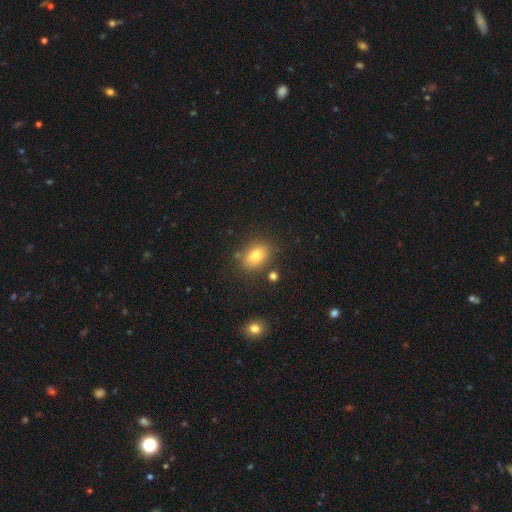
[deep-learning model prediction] smooth-or-featured: smooth: 78% | featured or disk: 12% | star or artifact: 10%
  how-rounded: in between: 74% | round: 25% | cigar-shaped: 2%
  merging: none: 79% | minor disturbance: 12% | merger: 6% | major disturbance: 3%